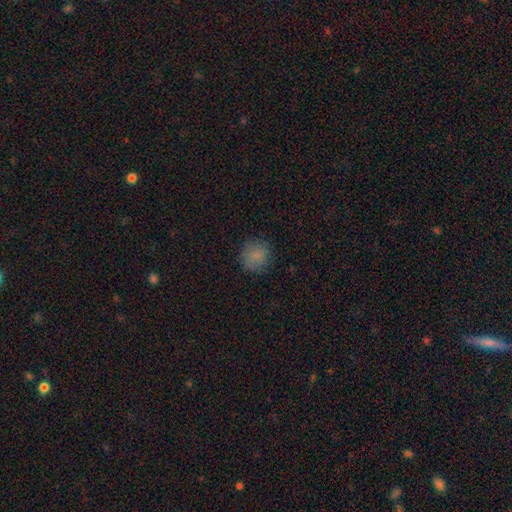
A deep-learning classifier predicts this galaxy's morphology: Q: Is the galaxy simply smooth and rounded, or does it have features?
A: smooth — 84%.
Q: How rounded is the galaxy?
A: round — 88%.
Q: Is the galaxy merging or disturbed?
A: none — 86%.